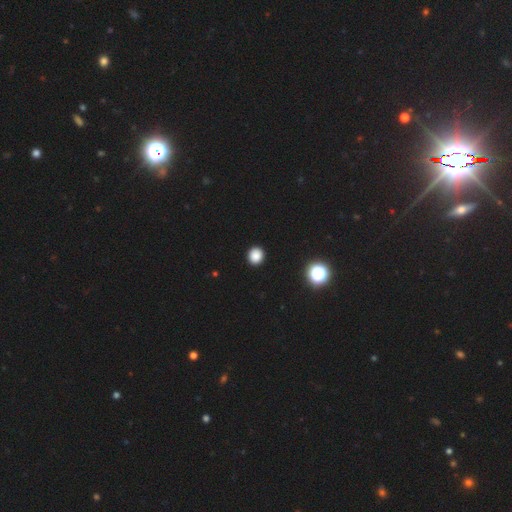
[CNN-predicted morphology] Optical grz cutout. It shows a smooth galaxy with no disk features (85%) that is round (85%). Merging: none (92%).